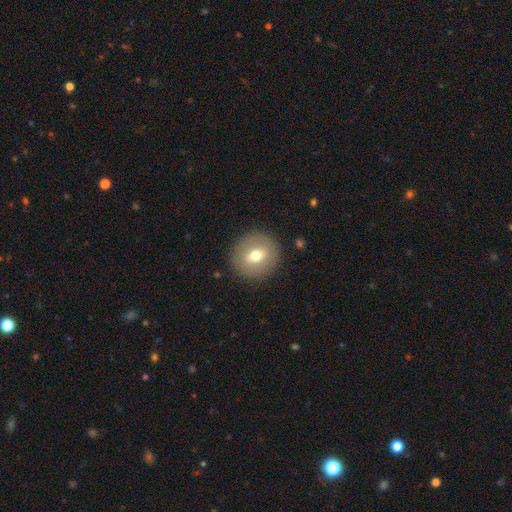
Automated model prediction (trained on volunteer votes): smooth-or-featured: smooth: 62% | featured or disk: 29% | star or artifact: 9%
  how-rounded: round: 88% | in between: 11% | cigar-shaped: 1%
  merging: none: 88% | minor disturbance: 8% | major disturbance: 3% | merger: 1%